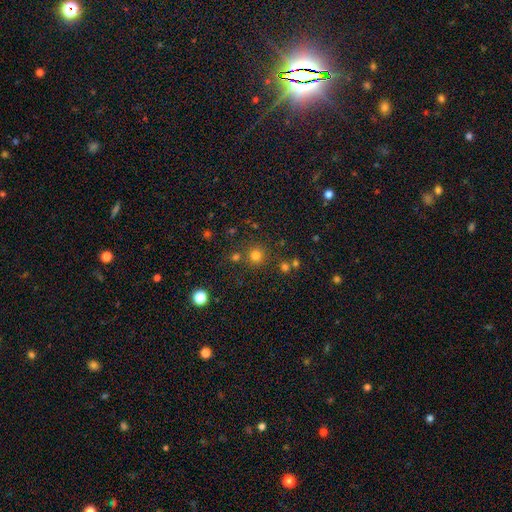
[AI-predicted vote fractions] A smooth galaxy with no disk features (76%) that is round (94%).

Vote fractions:
- Smooth or featured? smooth: 76% / star or artifact: 18% / featured or disk: 6%
- How rounded? round: 94% / in between: 5% / cigar-shaped: 1%
- Merging? none: 80% / merger: 9% / minor disturbance: 8% / major disturbance: 3%